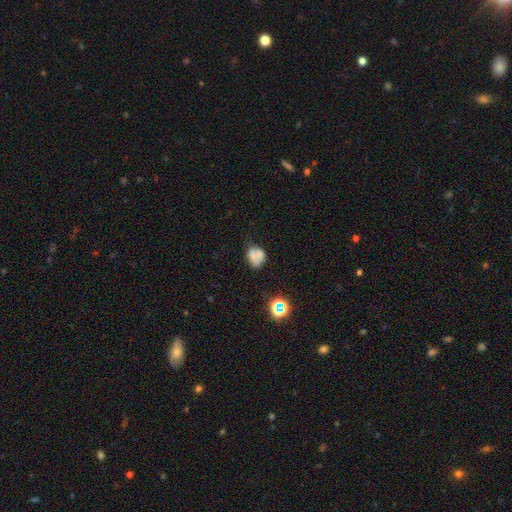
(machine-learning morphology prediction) This is possibly a smooth galaxy (55%). How rounded: possibly in between (56%). Merging: marginally none (33%).